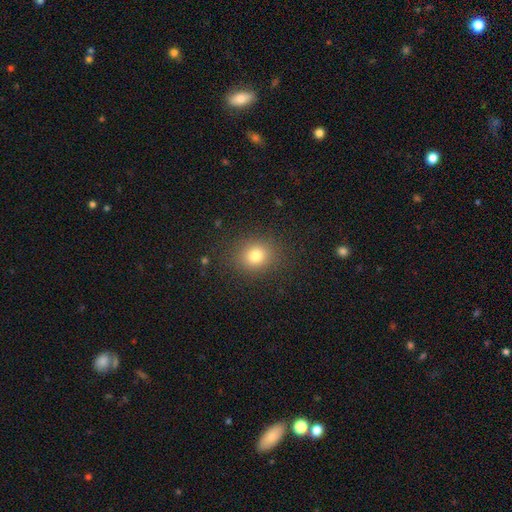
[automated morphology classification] Smooth or featured?
  - smooth: 79% *
  - star or artifact: 14%
  - featured or disk: 8%
How rounded?
  - round: 73% *
  - in between: 26%
  - cigar-shaped: 1%
Merging?
  - none: 87% *
  - minor disturbance: 8%
  - major disturbance: 4%
  - merger: 1%